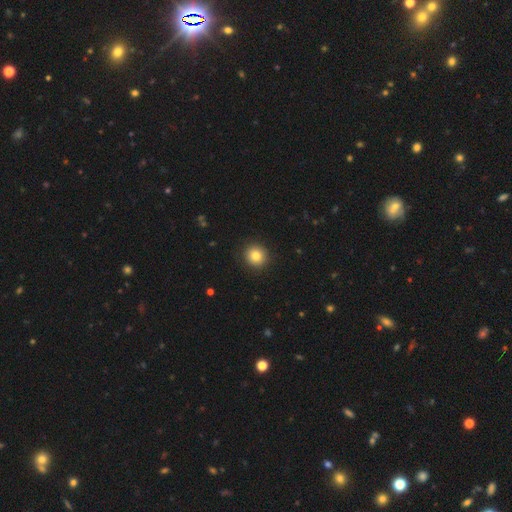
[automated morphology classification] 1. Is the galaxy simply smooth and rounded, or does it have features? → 83% smooth, 10% star or artifact, 7% featured or disk.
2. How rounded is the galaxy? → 92% round, 7% in between, 1% cigar-shaped.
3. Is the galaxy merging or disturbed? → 92% none, 5% minor disturbance, 2% major disturbance, 1% merger.